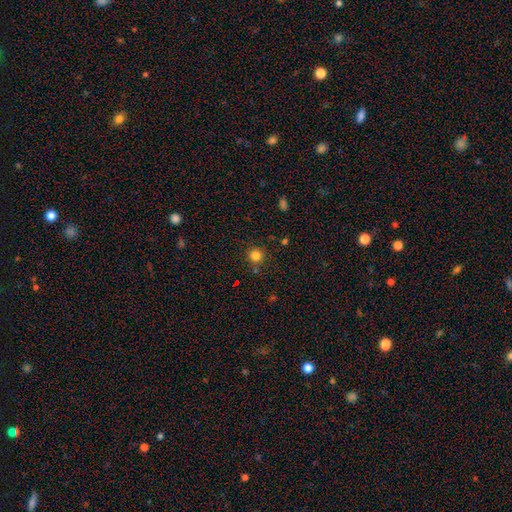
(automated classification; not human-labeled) Morphology: type=smooth (82%); roundness=round (94%); merging=none (85%).